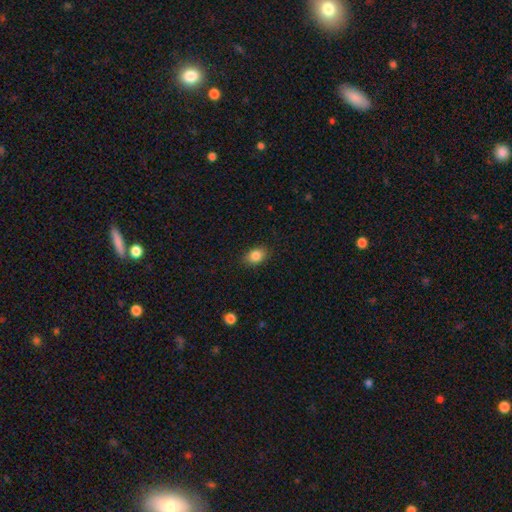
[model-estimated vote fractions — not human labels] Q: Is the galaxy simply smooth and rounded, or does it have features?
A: smooth — 85%.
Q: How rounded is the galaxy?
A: in between — 75%.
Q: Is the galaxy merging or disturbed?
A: none — 87%.